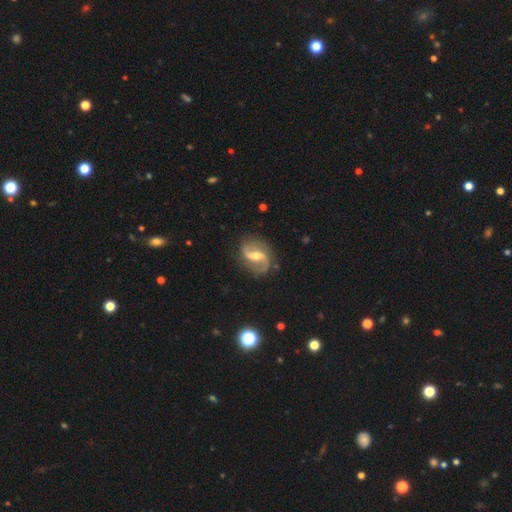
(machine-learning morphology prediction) A featured or disk galaxy (89%) with a weak bar (47%), 2 (93%) loose (56%) spiral arms (97%) and a moderate central bulge (60%). Merging: none (82%).